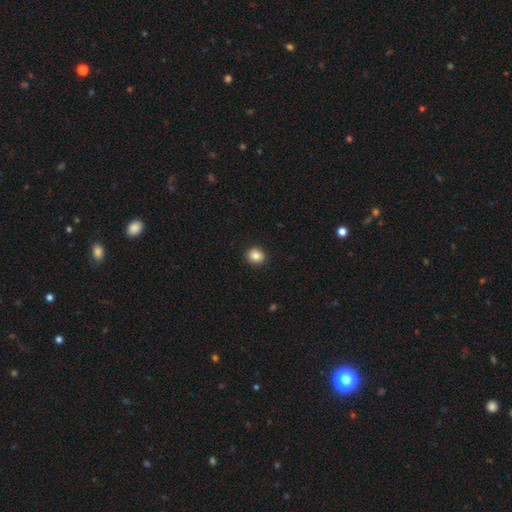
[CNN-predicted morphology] This is clearly a smooth galaxy (85%). How rounded: clearly round (82%). Merging: clearly none (91%).